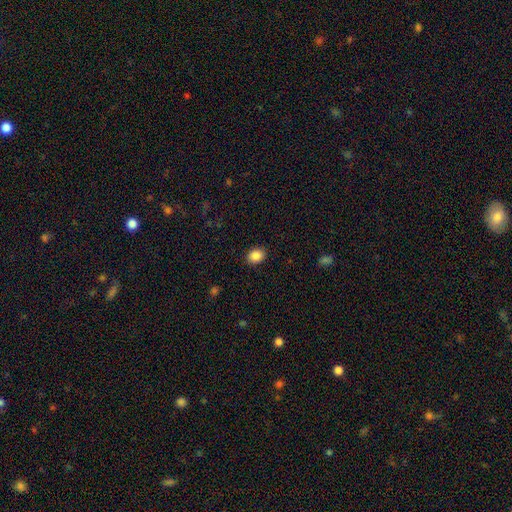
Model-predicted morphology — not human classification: Smooth or featured?
  - smooth: 88% *
  - star or artifact: 9%
  - featured or disk: 4%
How rounded?
  - in between: 53% *
  - round: 46%
  - cigar-shaped: 1%
Merging?
  - none: 89% *
  - minor disturbance: 8%
  - major disturbance: 2%
  - merger: 1%